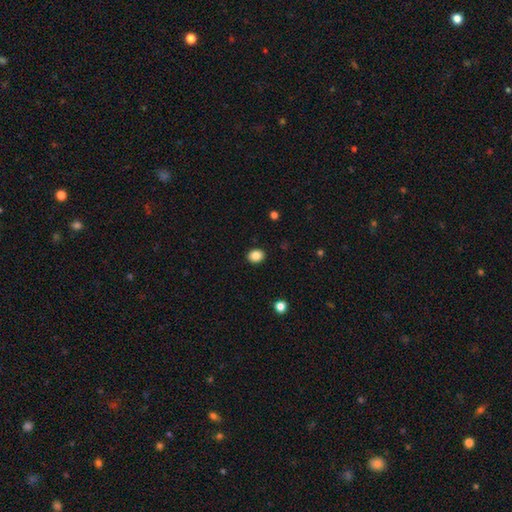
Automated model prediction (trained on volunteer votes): This is clearly a smooth galaxy (86%). How rounded: likely round (61%). Merging: clearly none (91%).